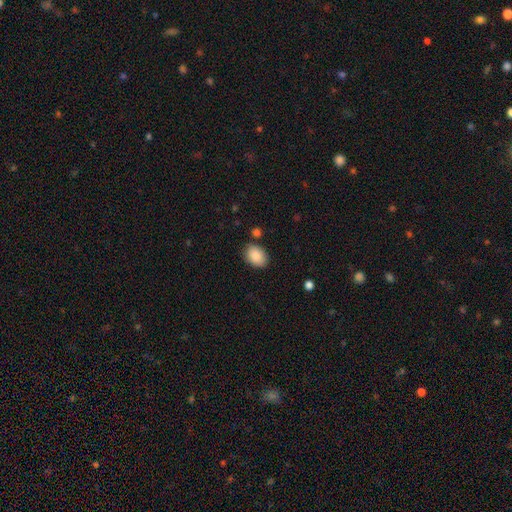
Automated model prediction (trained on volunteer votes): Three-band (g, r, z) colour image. It shows a smooth galaxy with no disk features (88%) that is in between round and cigar-shaped (81%). Merging: none (81%).